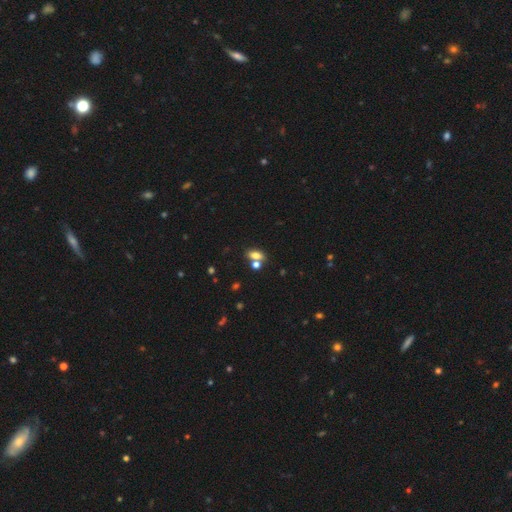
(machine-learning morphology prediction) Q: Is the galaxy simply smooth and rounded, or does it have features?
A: smooth — 73%.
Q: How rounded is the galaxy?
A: in between — 80%.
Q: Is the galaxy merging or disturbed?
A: none — 52%.